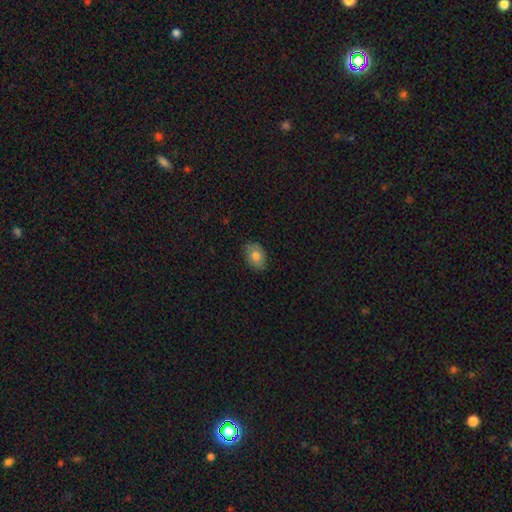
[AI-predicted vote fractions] Q: Smooth or featured?
A: smooth (76%); runner-up: featured or disk (15%)
Q: How rounded?
A: in between (71%); runner-up: round (28%)
Q: Merging?
A: none (78%); runner-up: minor disturbance (18%)